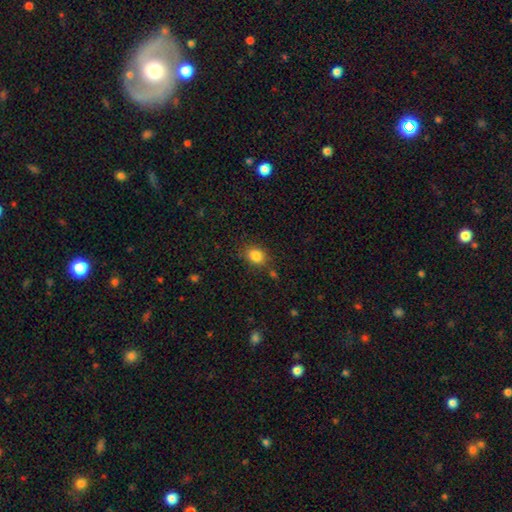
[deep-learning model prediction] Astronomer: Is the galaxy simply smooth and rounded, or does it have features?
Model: smooth — 85%.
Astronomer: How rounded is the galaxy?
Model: in between — 52% (runner-up: round, 47%).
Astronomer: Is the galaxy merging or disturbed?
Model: none — 79%.